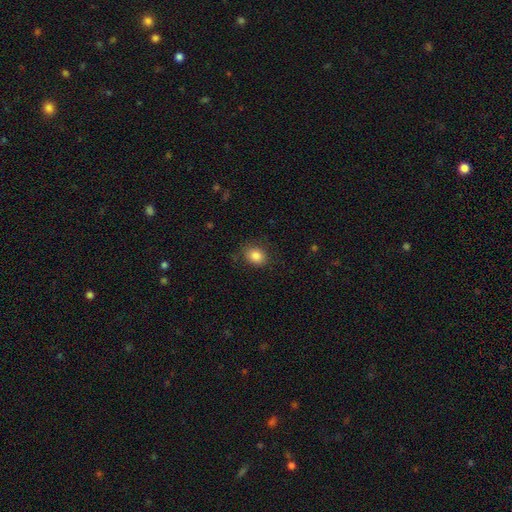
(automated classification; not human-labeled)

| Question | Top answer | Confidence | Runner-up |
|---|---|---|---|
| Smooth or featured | smooth | 85% | star or artifact (9%) |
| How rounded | in between | 52% | round (47%) |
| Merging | none | 79% | minor disturbance (15%) |